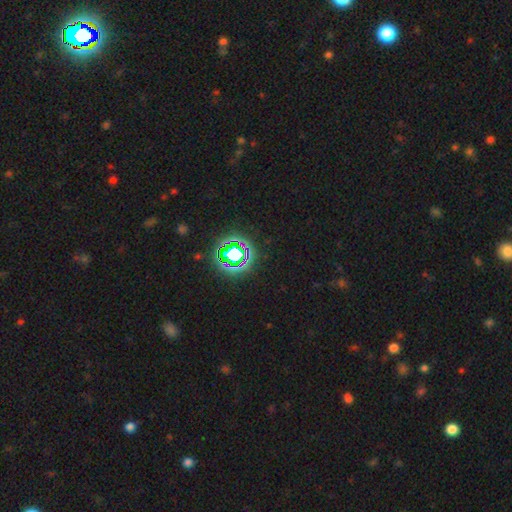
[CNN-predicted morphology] type=star or artifact (78%).